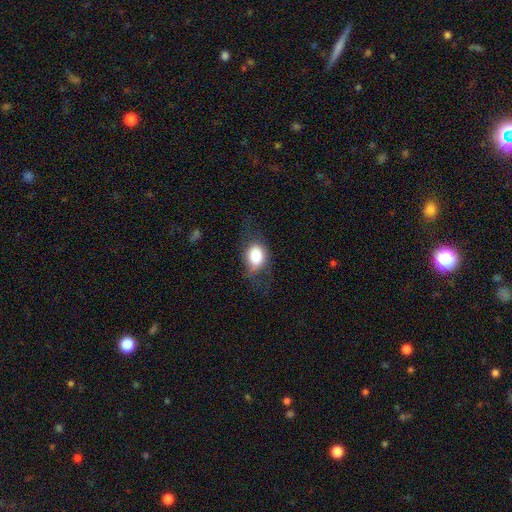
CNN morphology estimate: Smooth or featured? smooth (78%)
How rounded? in between (64%)
Merging? none (49%)